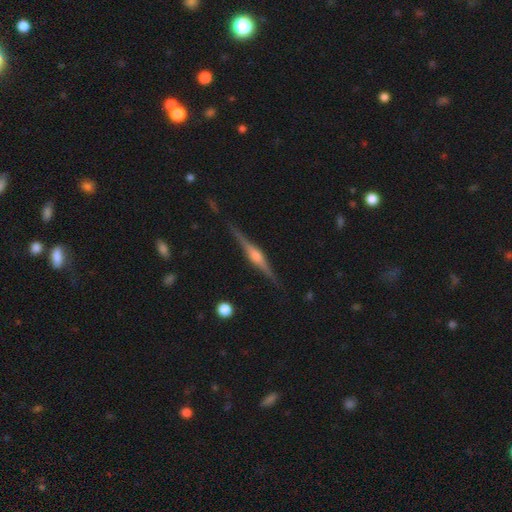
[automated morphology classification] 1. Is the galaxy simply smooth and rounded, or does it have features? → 85% featured or disk, 10% smooth, 6% star or artifact.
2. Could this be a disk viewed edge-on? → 98% yes, 2% no.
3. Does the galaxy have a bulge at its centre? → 87% rounded, 10% boxy, 4% none.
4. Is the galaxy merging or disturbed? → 89% none, 8% minor disturbance, 2% major disturbance, 1% merger.